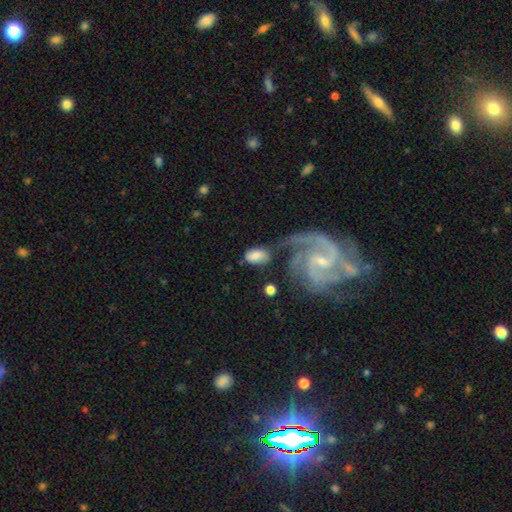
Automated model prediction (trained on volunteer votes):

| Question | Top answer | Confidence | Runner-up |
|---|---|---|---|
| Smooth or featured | smooth | 67% | featured or disk (26%) |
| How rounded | in between | 89% | round (9%) |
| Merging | none | 47% | minor disturbance (21%) |